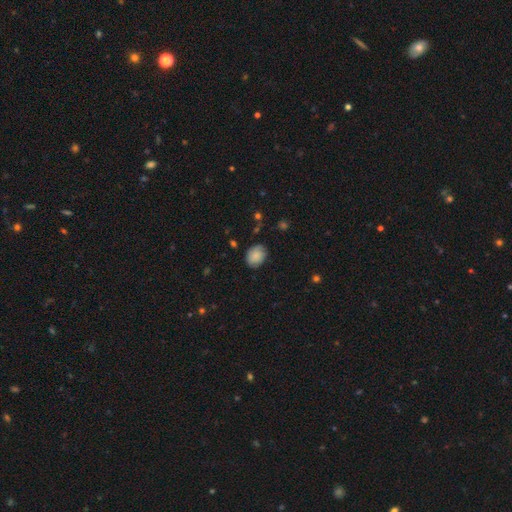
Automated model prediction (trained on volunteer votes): Smooth or featured? Predicted: smooth (p=0.79). How rounded? Predicted: in between (p=0.54). Merging? Predicted: none (p=0.74).